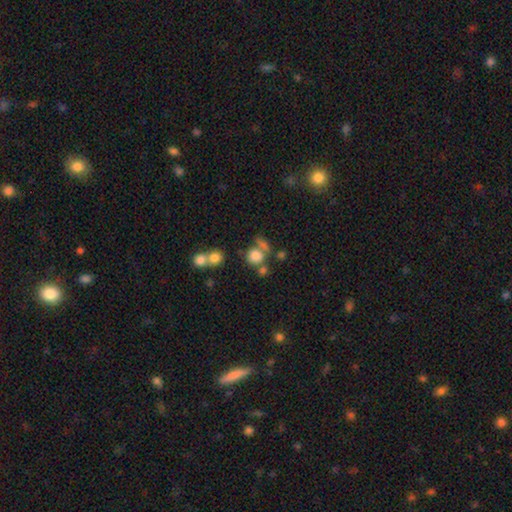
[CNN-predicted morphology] smooth 77%, star or artifact 14%, featured or disk 9%. Down the decision tree: how rounded — round (83%); merging — none (50%).